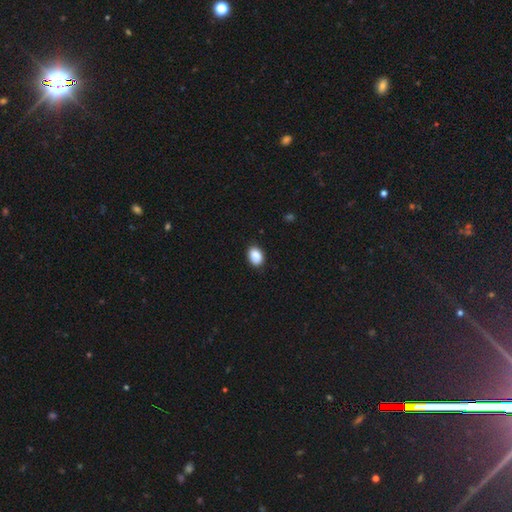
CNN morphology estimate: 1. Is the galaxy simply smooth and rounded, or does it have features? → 89% smooth, 8% star or artifact, 4% featured or disk.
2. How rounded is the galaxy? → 79% in between, 20% round, 1% cigar-shaped.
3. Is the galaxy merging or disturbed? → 85% none, 12% minor disturbance, 2% major disturbance, 1% merger.